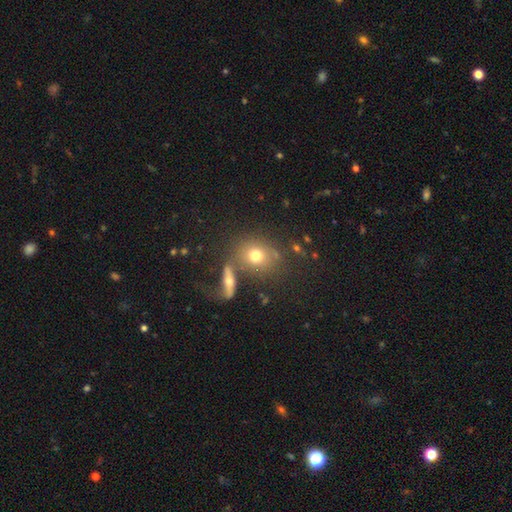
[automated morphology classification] A smooth galaxy with no disk features (71%) that is round (71%).

Vote fractions:
- Smooth or featured? smooth: 71% / featured or disk: 17% / star or artifact: 12%
- How rounded? round: 71% / in between: 27% / cigar-shaped: 2%
- Merging? none: 61% / merger: 20% / minor disturbance: 12% / major disturbance: 7%